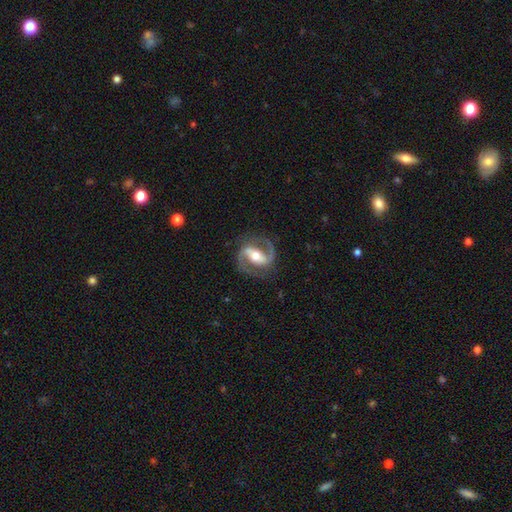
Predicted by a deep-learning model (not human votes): The model was most divided on "bar": strong: 54%, weak: 30%, no: 16%. More confident: edge-on disk — no (97%); spiral arms — yes (96%); spiral arm count — 2 (93%); smooth or featured — featured or disk (90%); merging — none (82%); bulge size — moderate (68%); spiral winding — medium (59%).